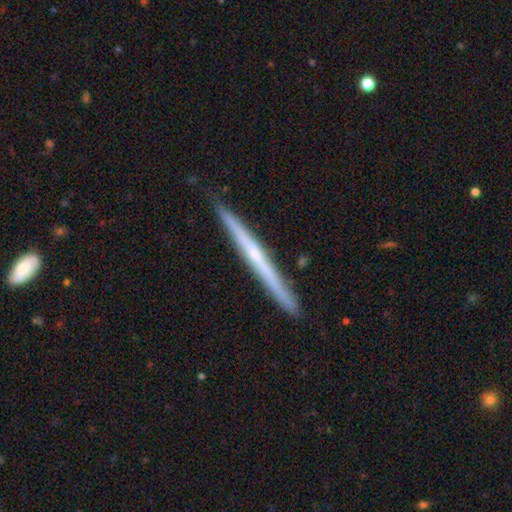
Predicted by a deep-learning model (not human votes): This appears to be a featured or disk galaxy (68%) viewed edge-on (97%) with no central bulge (57%). Merging: none (90%).